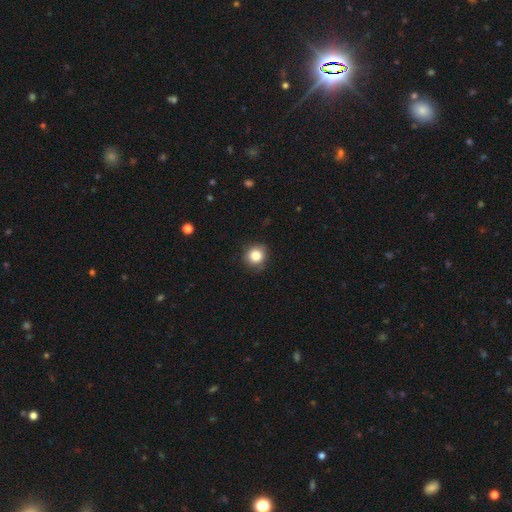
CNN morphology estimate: This is clearly a smooth galaxy (84%). How rounded: clearly round (90%). Merging: clearly none (85%).